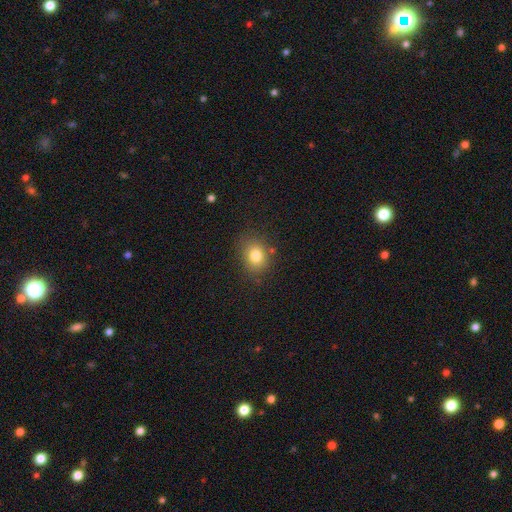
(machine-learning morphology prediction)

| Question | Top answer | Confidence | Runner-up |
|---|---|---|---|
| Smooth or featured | smooth | 79% | star or artifact (12%) |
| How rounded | round | 53% | in between (46%) |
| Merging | none | 80% | minor disturbance (13%) |